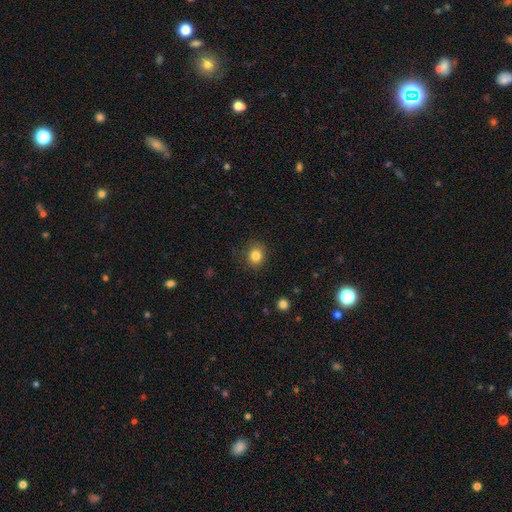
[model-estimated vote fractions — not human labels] smooth-or-featured: smooth: 83% | star or artifact: 12% | featured or disk: 6%
  how-rounded: round: 77% | in between: 22% | cigar-shaped: 1%
  merging: none: 85% | minor disturbance: 11% | major disturbance: 3% | merger: 1%